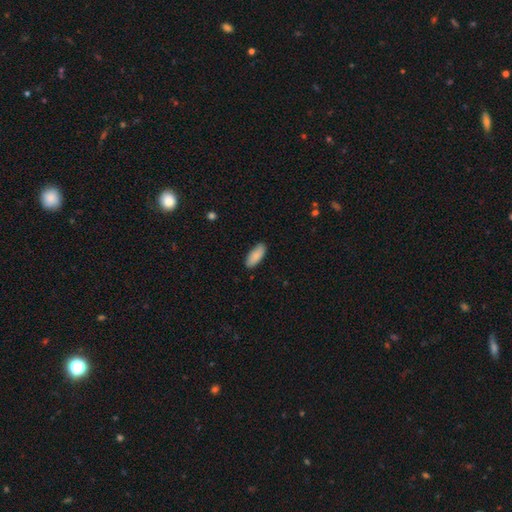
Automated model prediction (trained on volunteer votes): A smooth galaxy with no disk features (89%) that is in between round and cigar-shaped (81%).

Vote fractions:
- Smooth or featured? smooth: 89% / star or artifact: 6% / featured or disk: 6%
- How rounded? in between: 81% / cigar-shaped: 17% / round: 2%
- Merging? none: 86% / minor disturbance: 11% / major disturbance: 2% / merger: 1%